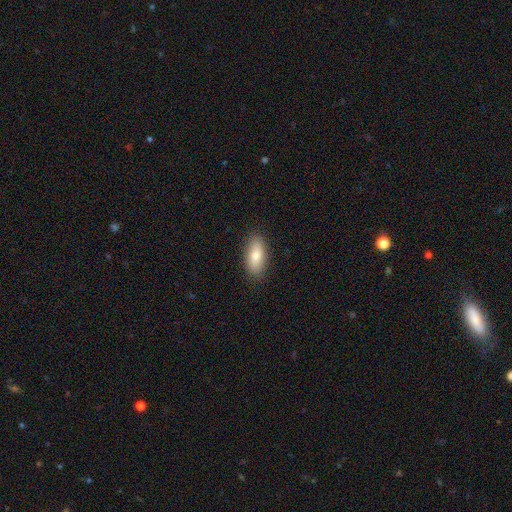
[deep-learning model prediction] Smooth or featured? smooth (80%)
How rounded? in between (84%)
Merging? none (88%)